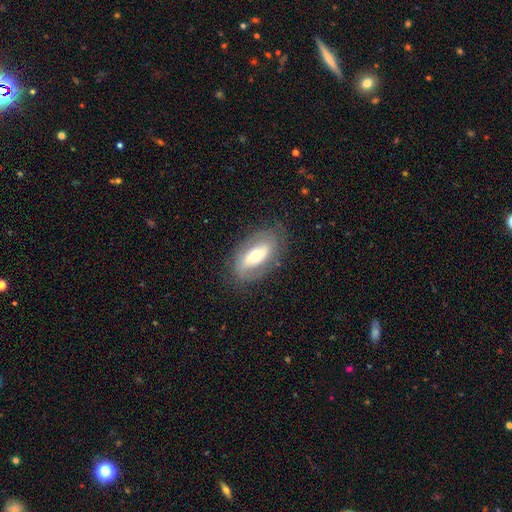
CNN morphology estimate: A featured or disk galaxy (59%) with no bar (47%), spiral arms (56%) and a moderate central bulge (60%). Merging: none (77%).